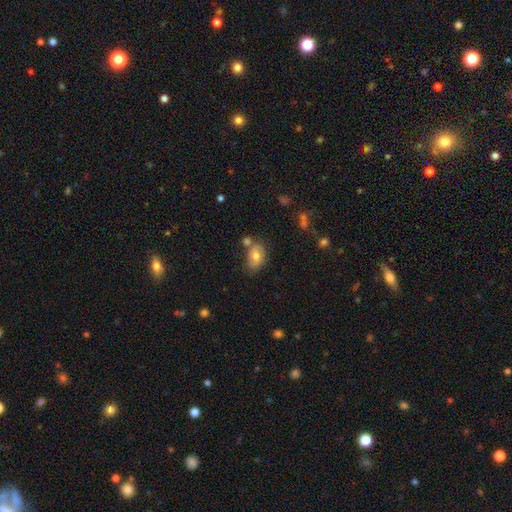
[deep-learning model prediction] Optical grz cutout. It shows a smooth galaxy with no disk features (69%) that is in between round and cigar-shaped (80%). Merging: none (53%).